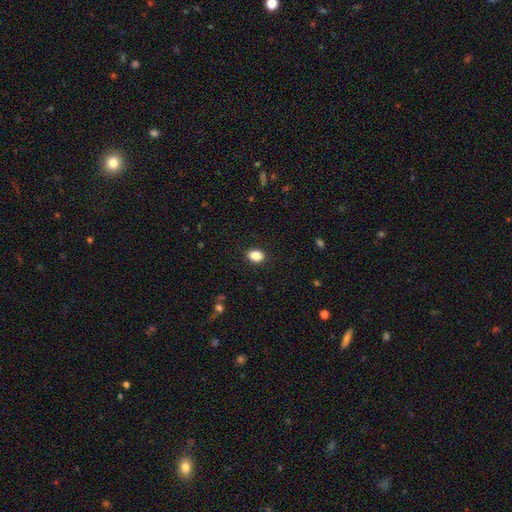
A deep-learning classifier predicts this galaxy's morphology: A smooth galaxy with no disk features (86%) that is in between round and cigar-shaped (72%).

Vote fractions:
- Smooth or featured? smooth: 86% / star or artifact: 9% / featured or disk: 4%
- How rounded? in between: 72% / round: 27% / cigar-shaped: 1%
- Merging? none: 89% / minor disturbance: 8% / major disturbance: 2% / merger: 1%